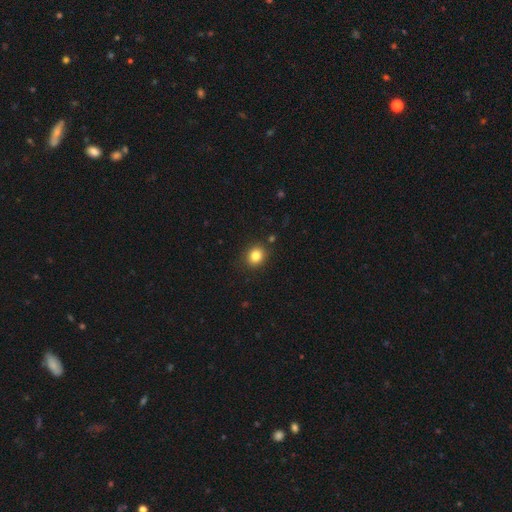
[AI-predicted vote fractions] smooth-or-featured: smooth: 83% | star or artifact: 11% | featured or disk: 6%
  how-rounded: round: 73% | in between: 27% | cigar-shaped: 1%
  merging: none: 88% | minor disturbance: 8% | major disturbance: 2% | merger: 2%